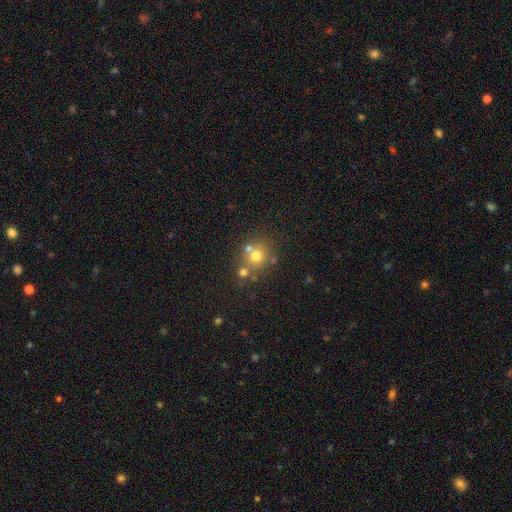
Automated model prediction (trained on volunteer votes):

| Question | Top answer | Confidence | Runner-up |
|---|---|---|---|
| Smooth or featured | smooth | 67% | star or artifact (17%) |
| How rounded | round | 85% | in between (14%) |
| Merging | none | 61% | merger (26%) |